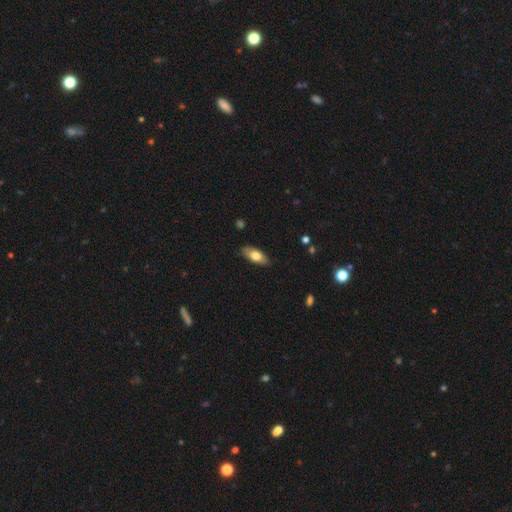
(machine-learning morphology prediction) This appears to be a smooth galaxy with no disk features (74%) that is in between round and cigar-shaped (86%). Merging: none (84%).